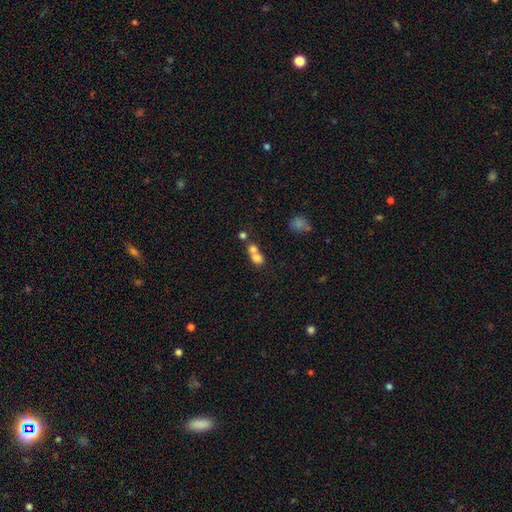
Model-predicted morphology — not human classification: The model was most divided on "how rounded": round: 58%, in between: 40%, cigar-shaped: 2%. More confident: smooth or featured — smooth (73%); merging — merger (66%).